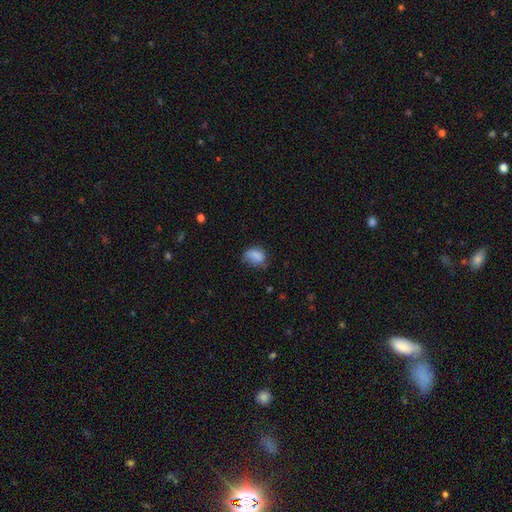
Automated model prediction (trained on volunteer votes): Overall: smooth (80%). How rounded: in between (66%; round 33%). Merging: none (51%; minor disturbance 35%).